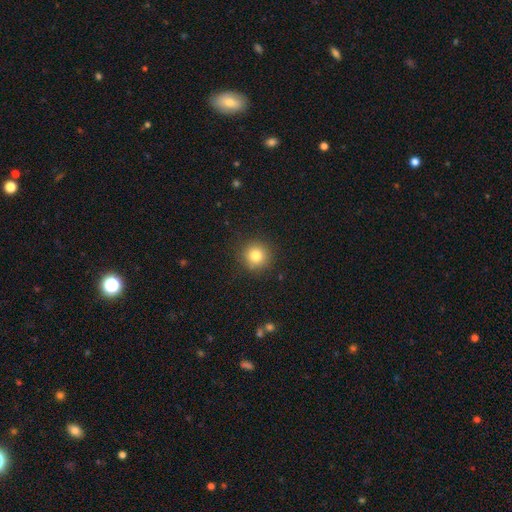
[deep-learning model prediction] Overall: smooth (81%). How rounded: round (94%). Merging: none (90%).